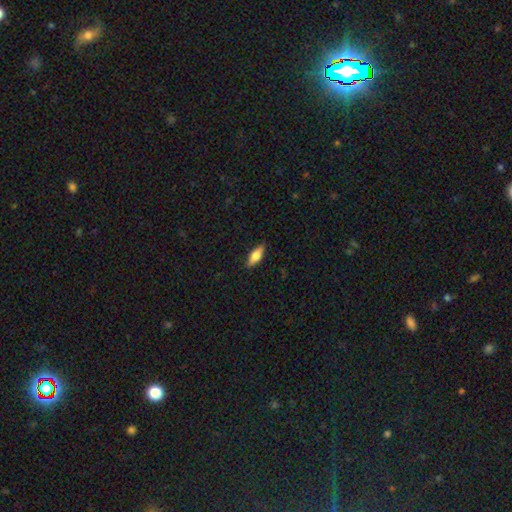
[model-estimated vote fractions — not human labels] Morphology: type=smooth (67%); roundness=in between (67%); merging=none (87%).